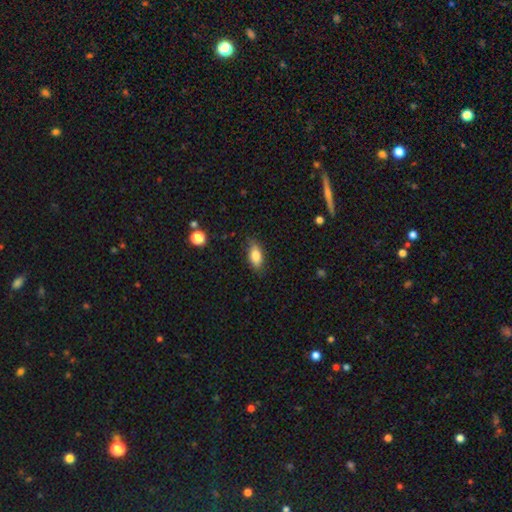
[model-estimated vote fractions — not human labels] Morphology: type=smooth (80%); roundness=in between (84%); merging=none (80%).